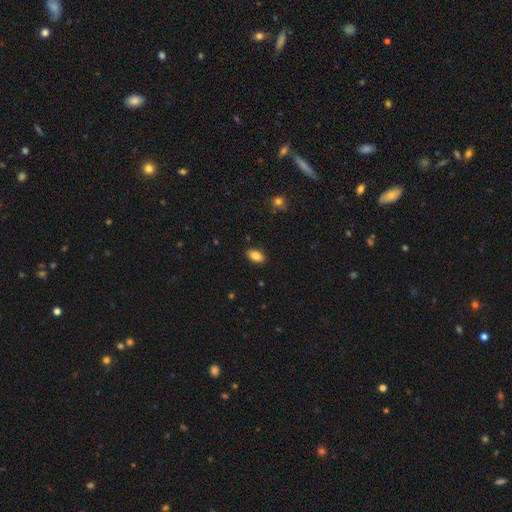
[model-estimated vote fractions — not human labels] Smooth or featured? Predicted: smooth (p=0.85). How rounded? Predicted: in between (p=0.92). Merging? Predicted: none (p=0.88).